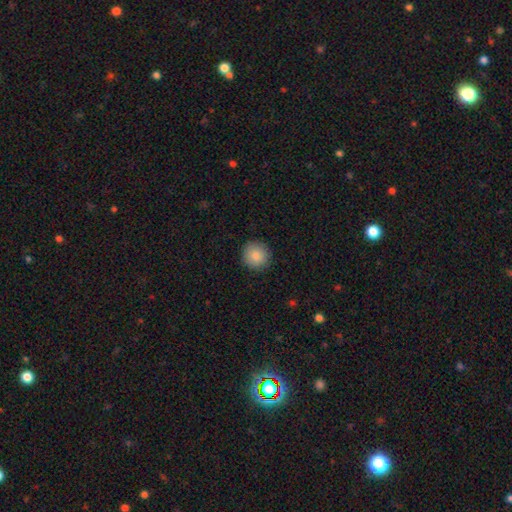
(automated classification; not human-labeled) Morphology: type=smooth (86%); roundness=round (94%); merging=none (91%).